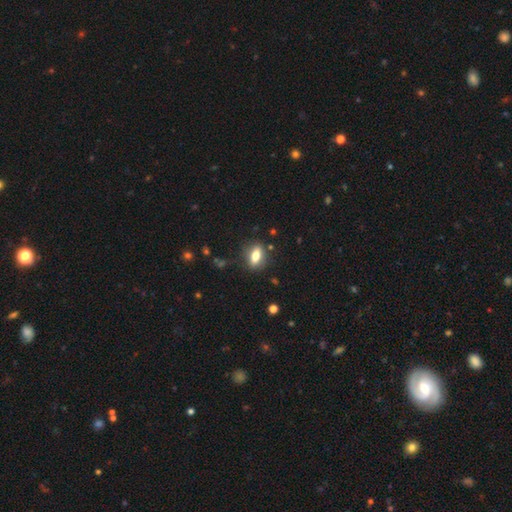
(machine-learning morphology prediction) This appears to be a smooth galaxy with no disk features (67%) that is in between round and cigar-shaped (70%). Merging: none (83%).